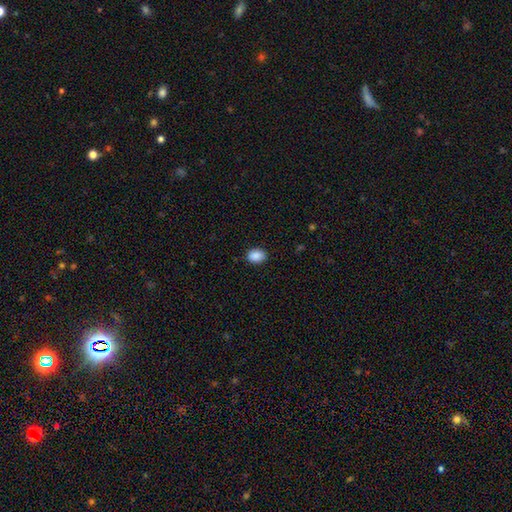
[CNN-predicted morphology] Smooth or featured: smooth — 89% (star or artifact — 8%)
How rounded: in between — 76% (round — 23%)
Merging: none — 86% (minor disturbance — 11%)